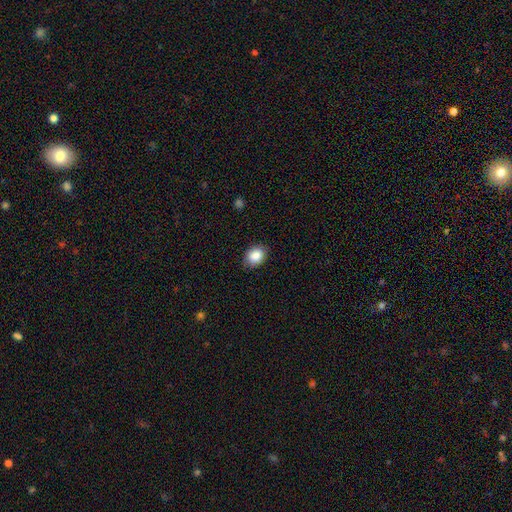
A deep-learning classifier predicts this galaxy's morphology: The model was most divided on "how rounded": in between: 61%, round: 38%, cigar-shaped: 1%. More confident: smooth or featured — smooth (88%); merging — none (85%).